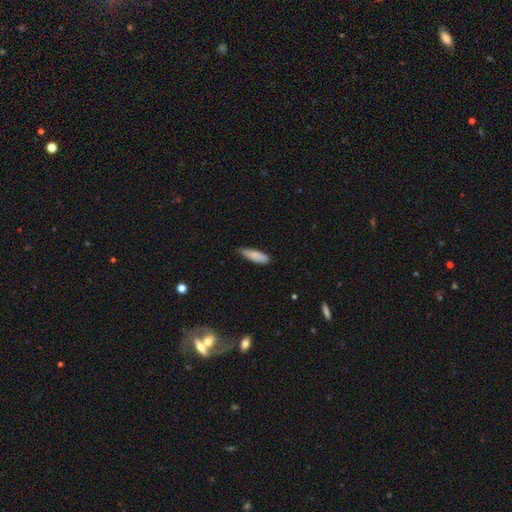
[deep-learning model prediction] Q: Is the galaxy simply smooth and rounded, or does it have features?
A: smooth — 86%.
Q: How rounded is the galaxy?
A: cigar-shaped — 50%.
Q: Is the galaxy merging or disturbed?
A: none — 67%.